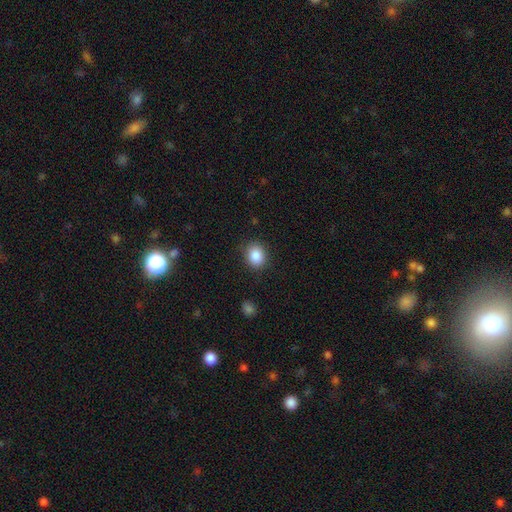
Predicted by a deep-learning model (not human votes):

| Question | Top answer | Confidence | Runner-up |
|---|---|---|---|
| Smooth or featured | smooth | 87% | star or artifact (9%) |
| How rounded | round | 66% | in between (33%) |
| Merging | none | 87% | minor disturbance (9%) |